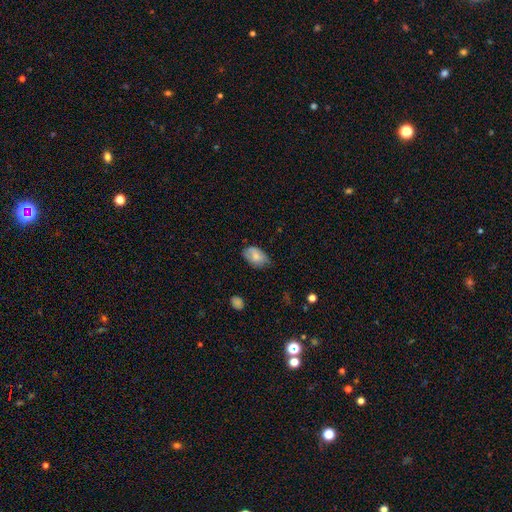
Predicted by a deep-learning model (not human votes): A smooth galaxy with no disk features (77%) that is in between round and cigar-shaped (91%). Merging: none (63%).